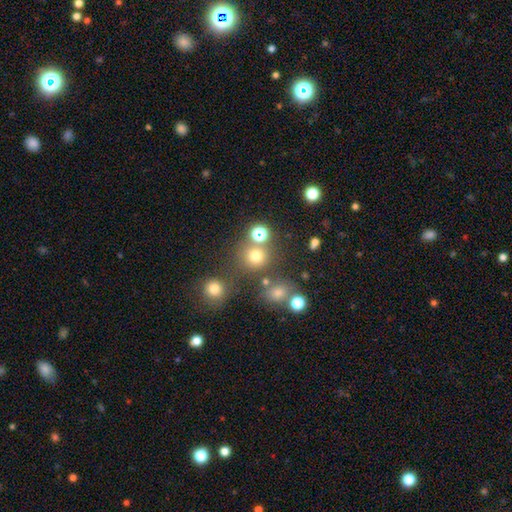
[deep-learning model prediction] Smooth or featured? smooth (70%)
How rounded? round (89%)
Merging? none (71%)